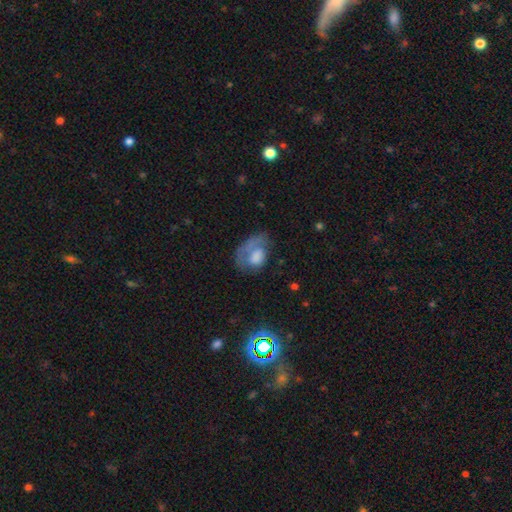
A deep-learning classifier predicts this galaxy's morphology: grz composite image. It shows a smooth galaxy with no disk features (51%) that is in between round and cigar-shaped (74%). Merging: major disturbance (36%).